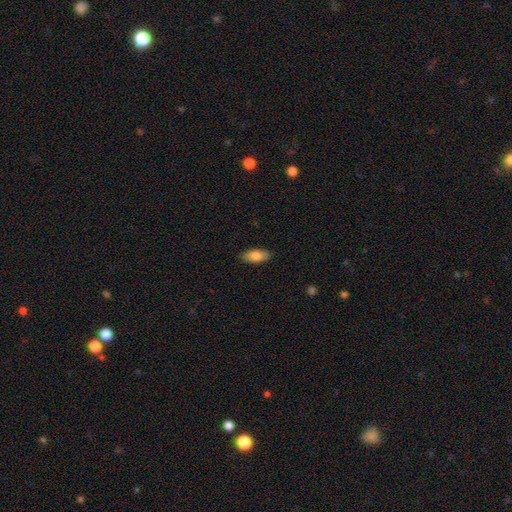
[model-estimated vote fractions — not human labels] Smooth or featured?
  - smooth: 82% *
  - featured or disk: 11%
  - star or artifact: 6%
How rounded?
  - in between: 86% *
  - cigar-shaped: 11%
  - round: 2%
Merging?
  - none: 89% *
  - minor disturbance: 9%
  - major disturbance: 2%
  - merger: 1%